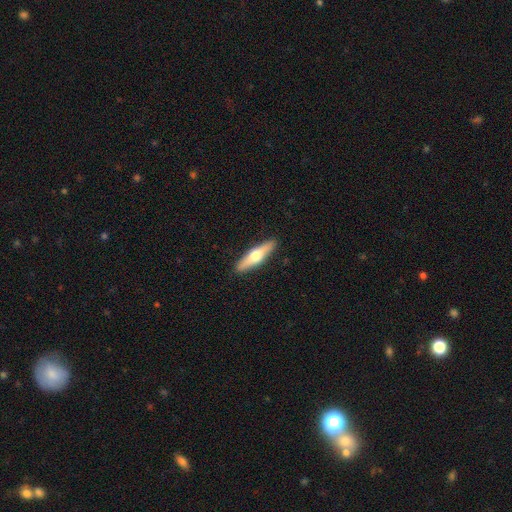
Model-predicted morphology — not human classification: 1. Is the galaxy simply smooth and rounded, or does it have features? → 49% featured or disk, 46% smooth, 5% star or artifact.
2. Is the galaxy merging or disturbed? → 91% none, 7% minor disturbance, 1% major disturbance, 1% merger.